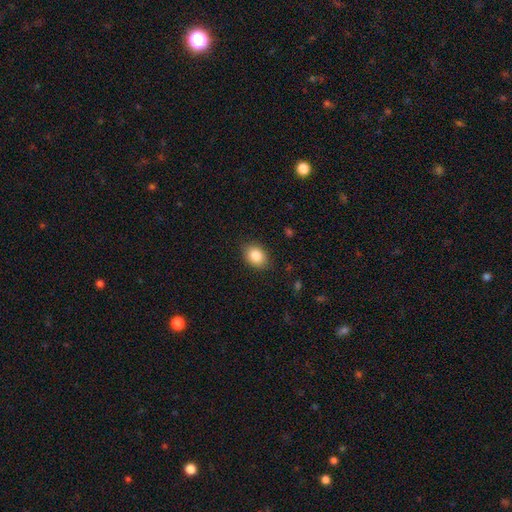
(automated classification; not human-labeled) Smooth or featured: smooth — 85% (star or artifact — 8%)
How rounded: in between — 67% (round — 32%)
Merging: none — 85% (minor disturbance — 12%)